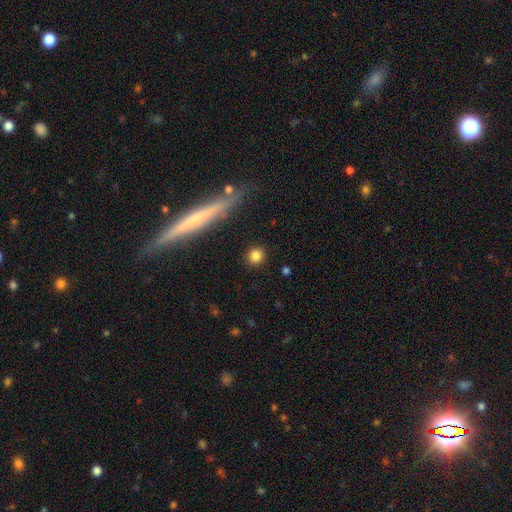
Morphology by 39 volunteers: Smooth or featured? 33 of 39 (85%) said smooth. How rounded? 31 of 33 (94%) said round. Merging? 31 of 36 (86%) said none.